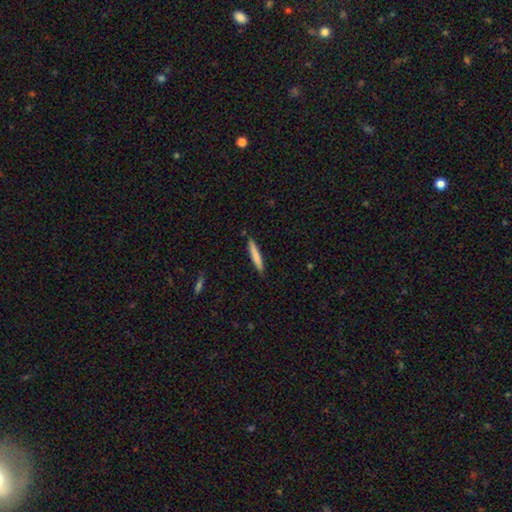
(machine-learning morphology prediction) Smooth or featured? smooth (77%)
How rounded? cigar-shaped (94%)
Merging? none (88%)